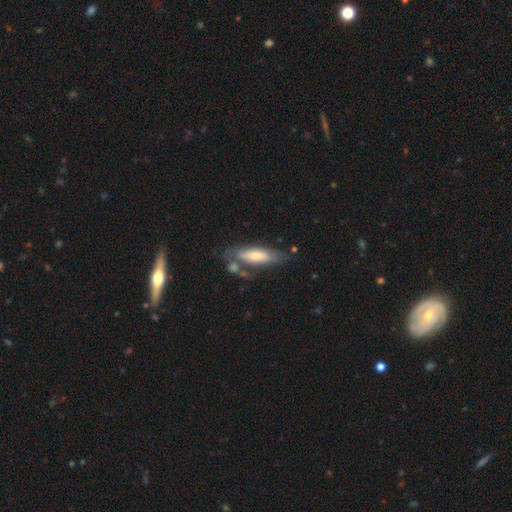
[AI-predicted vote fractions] smooth-or-featured: smooth: 63% | featured or disk: 31% | star or artifact: 6%
  how-rounded: in between: 54% | cigar-shaped: 44% | round: 2%
  merging: none: 53% | minor disturbance: 21% | merger: 16% | major disturbance: 10%